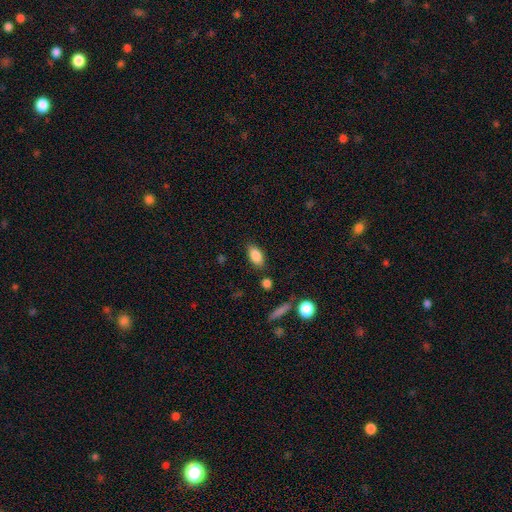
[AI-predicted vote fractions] The model was most divided on "merging": none: 81%, minor disturbance: 13%, major disturbance: 3%, merger: 3%. More confident: how rounded — in between (89%); smooth or featured — smooth (85%).